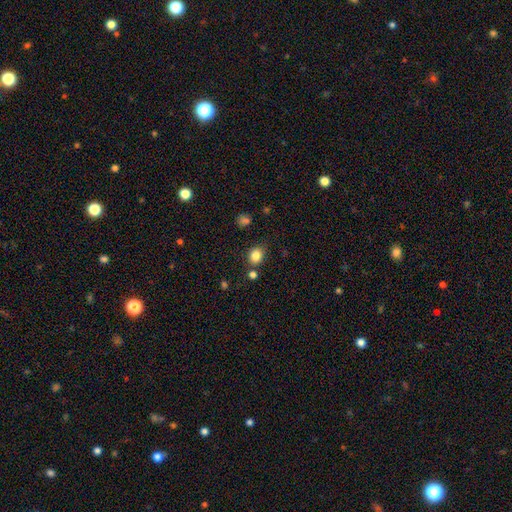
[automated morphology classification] smooth 83%, star or artifact 12%, featured or disk 5%. Down the decision tree: how rounded — round (66%); merging — none (77%).